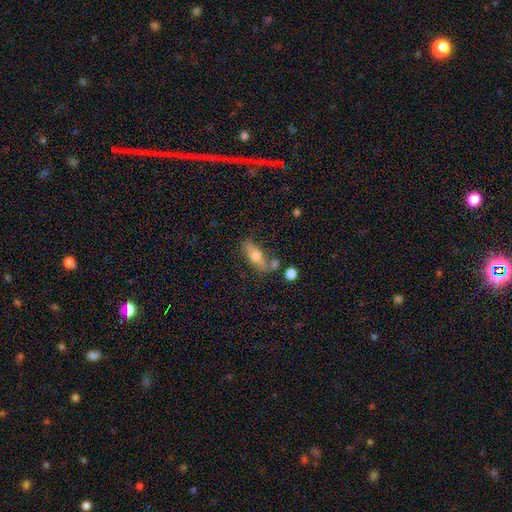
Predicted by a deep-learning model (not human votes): This appears to be a smooth galaxy with no disk features (60%) that is in between round and cigar-shaped (63%). Merging: none (65%).